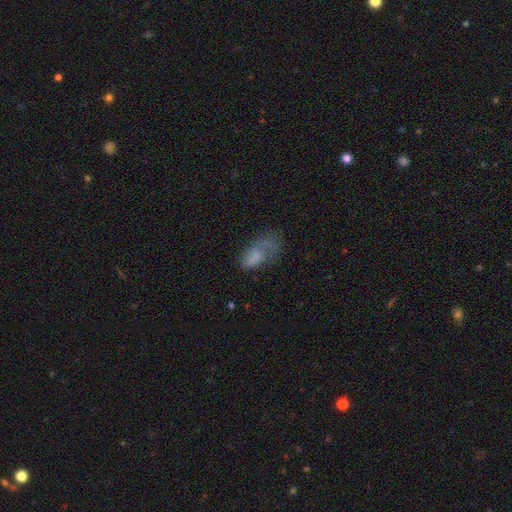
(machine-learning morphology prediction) Smooth or featured? smooth (63%)
How rounded? in between (89%)
Merging? major disturbance (40%)